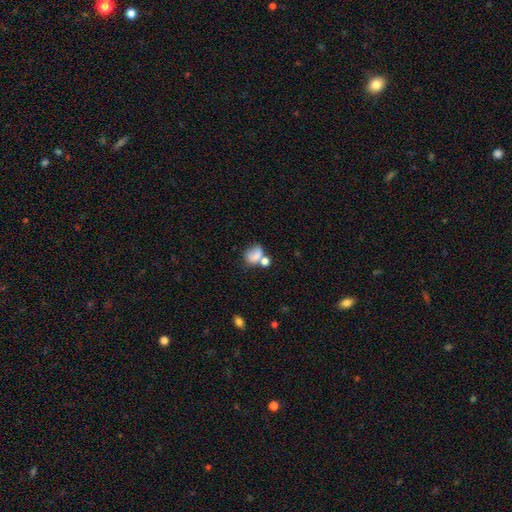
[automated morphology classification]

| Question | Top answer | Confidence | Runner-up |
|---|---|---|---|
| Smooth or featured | smooth | 72% | featured or disk (17%) |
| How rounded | in between | 58% | round (40%) |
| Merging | merger | 39% | none (31%) |